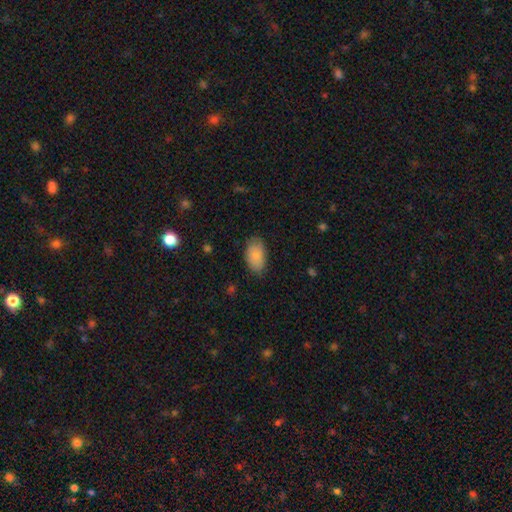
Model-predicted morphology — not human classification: The model was most divided on "merging": none: 79%, minor disturbance: 16%, major disturbance: 3%, merger: 1%. More confident: how rounded — in between (94%); smooth or featured — smooth (85%).